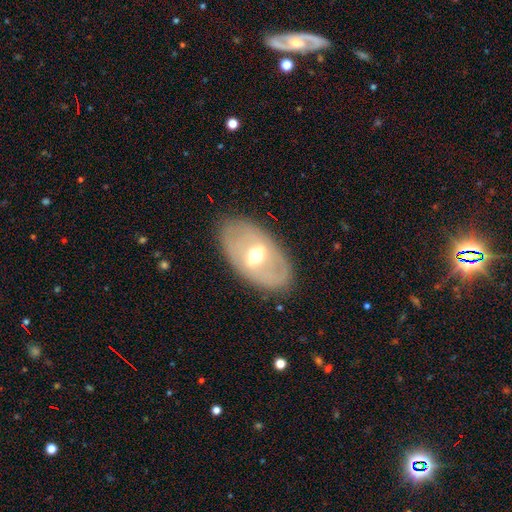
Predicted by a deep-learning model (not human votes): The model was most divided on "bar": weak: 41%, strong: 38%, no: 20%. More confident: edge-on disk — no (86%); merging — none (80%); spiral arms — no (76%); bulge size — moderate (69%); smooth or featured — featured or disk (63%).